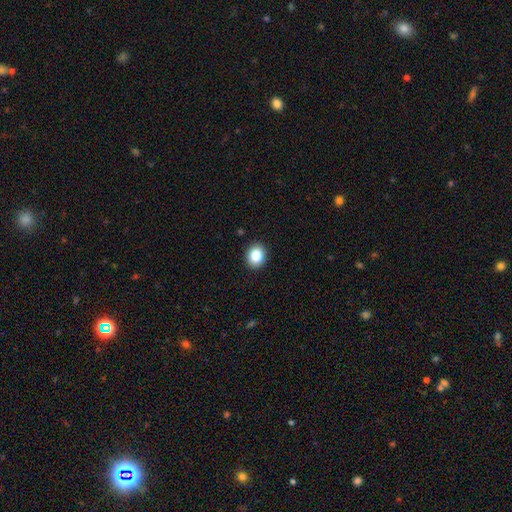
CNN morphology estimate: A smooth galaxy with no disk features (86%) that is round (59%). Merging: none (91%).